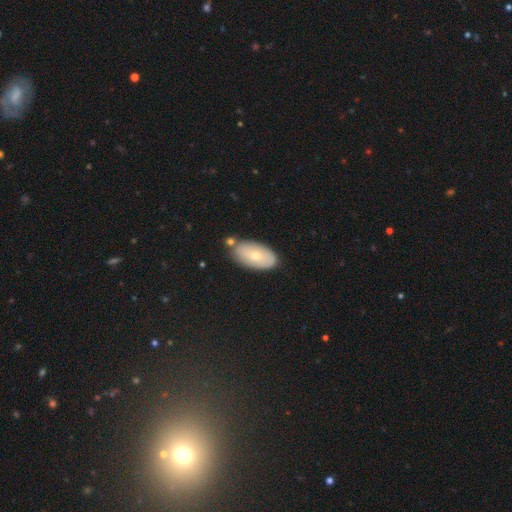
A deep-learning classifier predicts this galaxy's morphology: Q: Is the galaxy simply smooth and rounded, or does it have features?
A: smooth — 67%.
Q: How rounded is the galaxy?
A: in between — 94%.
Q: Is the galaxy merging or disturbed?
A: none — 74%.